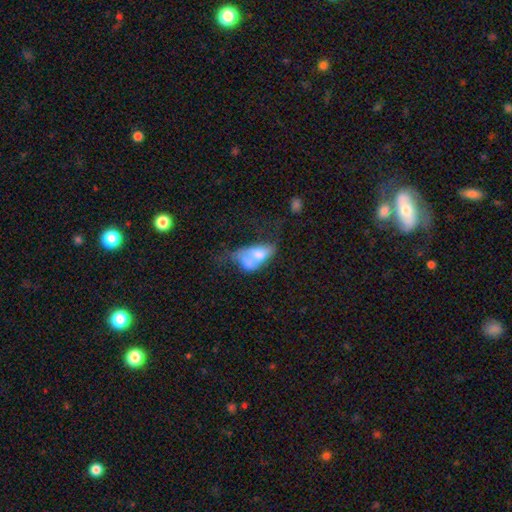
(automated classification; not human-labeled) Smooth or featured? smooth (59%)
How rounded? in between (86%)
Merging? merger (51%)